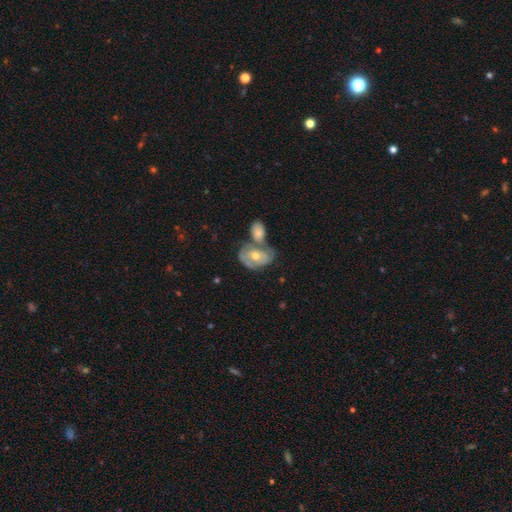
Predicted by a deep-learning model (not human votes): Smooth or featured: featured or disk — 40% (smooth — 37%)
Merging: none — 42% (merger — 38%)